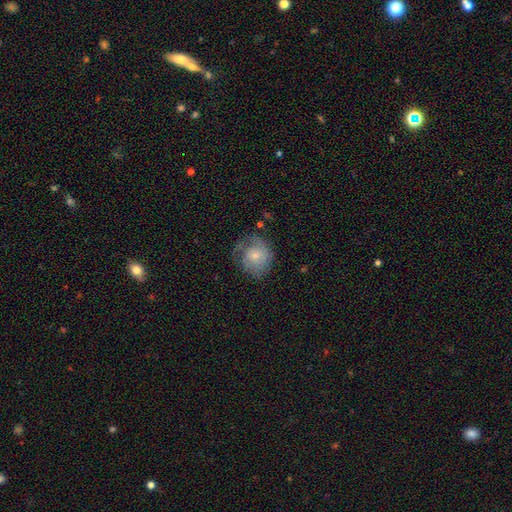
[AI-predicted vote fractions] This appears to be a smooth galaxy with no disk features (46%, tied with featured or disk). Merging: none (53%).